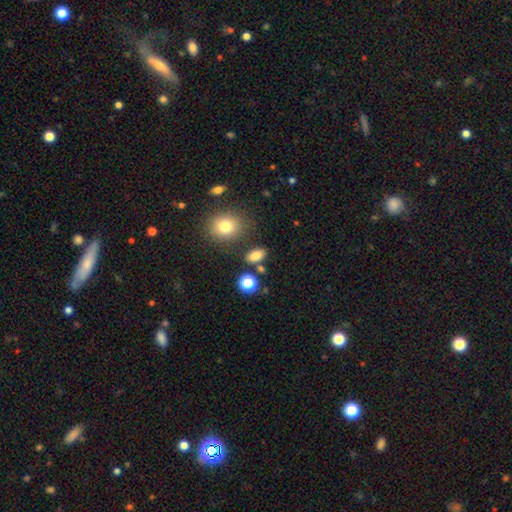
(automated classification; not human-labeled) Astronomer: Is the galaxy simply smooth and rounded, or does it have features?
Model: smooth — 81%.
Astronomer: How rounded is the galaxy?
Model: in between — 82%.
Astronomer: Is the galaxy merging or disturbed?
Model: none — 77%.